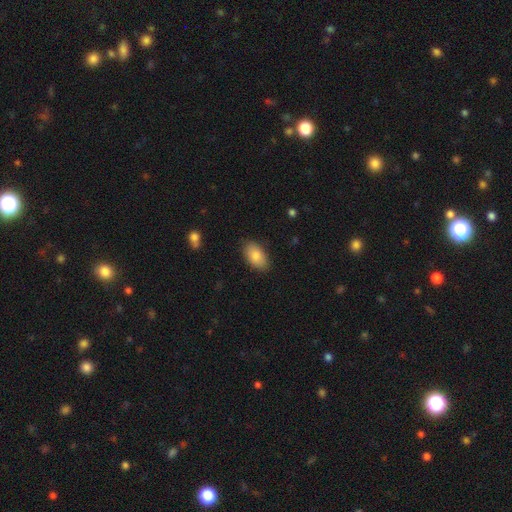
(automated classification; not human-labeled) A smooth galaxy with no disk features (84%) that is in between round and cigar-shaped (93%). Merging: none (86%).